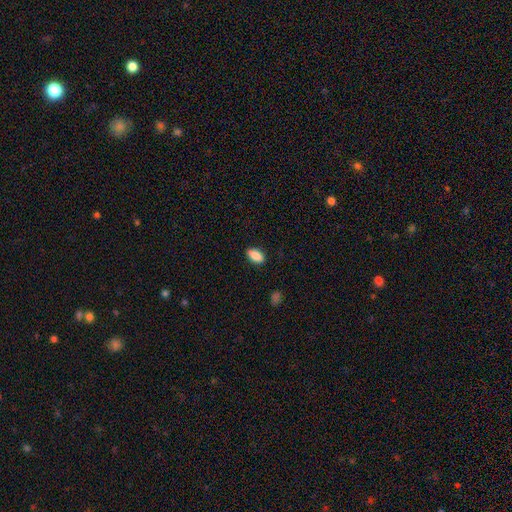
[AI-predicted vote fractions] Morphology: type=smooth (87%); roundness=in between (88%); merging=none (86%).